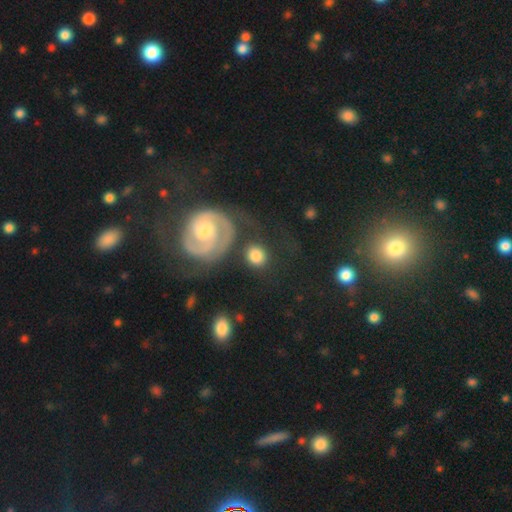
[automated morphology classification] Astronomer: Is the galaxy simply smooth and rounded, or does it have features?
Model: smooth — 72%.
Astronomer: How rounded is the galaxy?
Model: round — 77%.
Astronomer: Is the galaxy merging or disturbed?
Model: none — 71%.